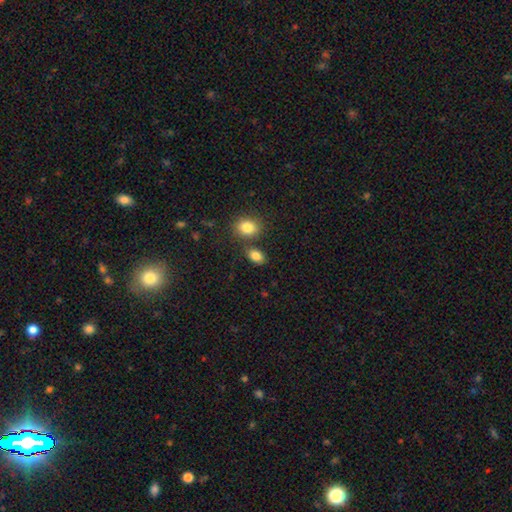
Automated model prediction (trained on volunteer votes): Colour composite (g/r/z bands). It shows a smooth galaxy with no disk features (84%) that is in between round and cigar-shaped (78%). Merging: none (70%).